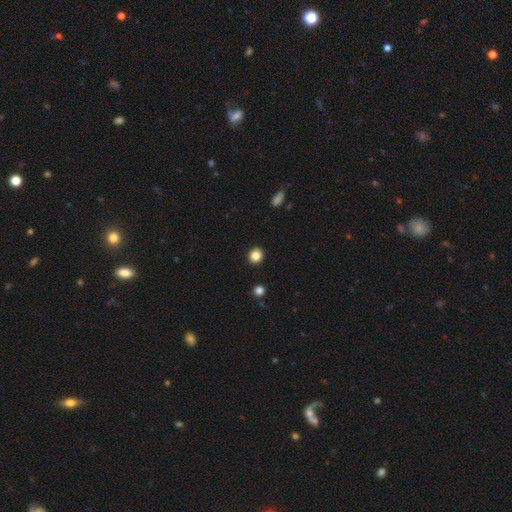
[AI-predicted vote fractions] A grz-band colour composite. It shows a smooth galaxy with no disk features (85%) that is round (88%). Merging: none (92%).